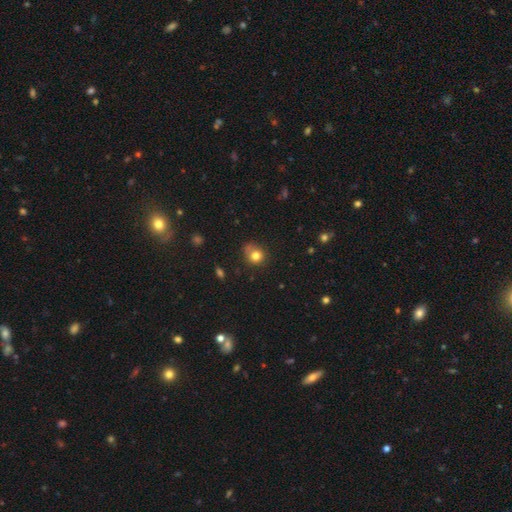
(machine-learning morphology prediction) Smooth or featured?
  - smooth: 78% *
  - star or artifact: 13%
  - featured or disk: 9%
How rounded?
  - round: 80% *
  - in between: 19%
  - cigar-shaped: 1%
Merging?
  - none: 60% *
  - minor disturbance: 24%
  - major disturbance: 8%
  - merger: 8%